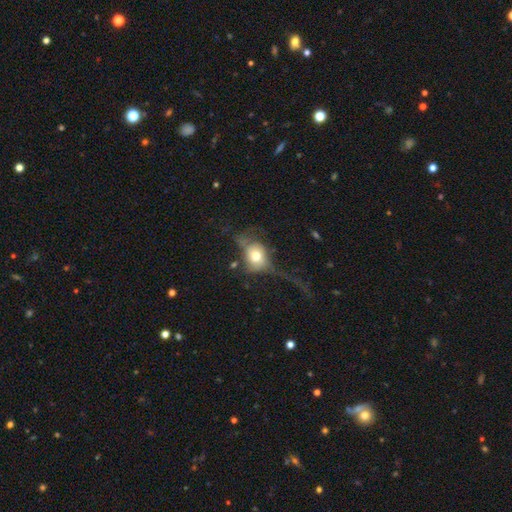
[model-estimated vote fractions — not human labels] Smooth or featured? Predicted: smooth (p=0.60). How rounded? Predicted: round (p=0.58). Merging? Predicted: major disturbance (p=0.49).